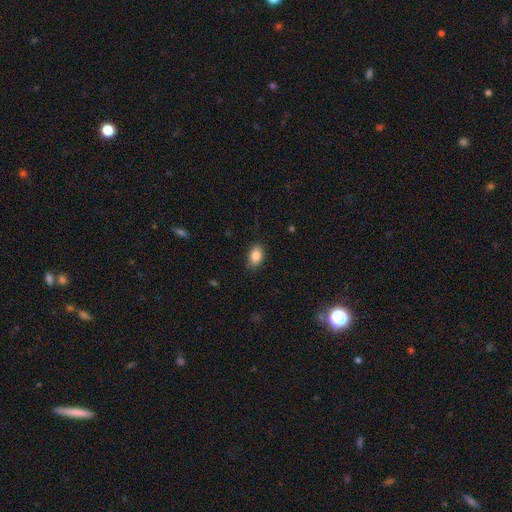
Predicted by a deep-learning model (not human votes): Q: Smooth or featured?
A: smooth (86%); runner-up: star or artifact (8%)
Q: How rounded?
A: in between (87%); runner-up: round (11%)
Q: Merging?
A: none (84%); runner-up: minor disturbance (12%)